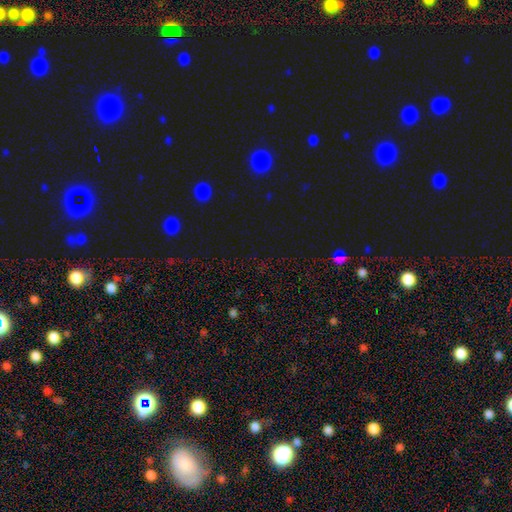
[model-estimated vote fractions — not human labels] This appears to be a star or artifact, not a galaxy (75%).